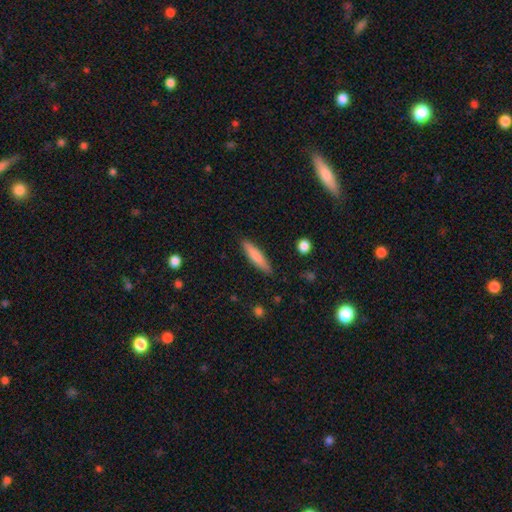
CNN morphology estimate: The model was most divided on "smooth or featured": smooth: 77%, featured or disk: 17%, star or artifact: 6%. More confident: merging — none (87%); how rounded — cigar-shaped (85%).